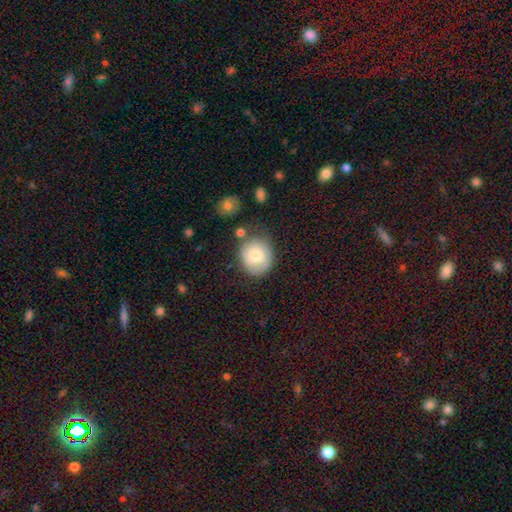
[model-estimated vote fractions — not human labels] smooth 68%, featured or disk 24%, star or artifact 7%. Down the decision tree: how rounded — round (75%); merging — none (64%).